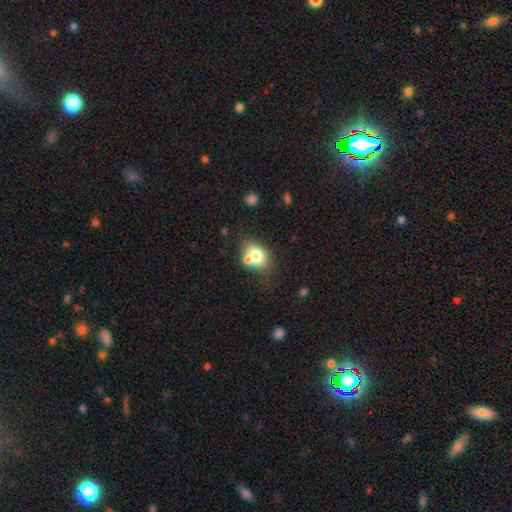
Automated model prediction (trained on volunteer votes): The model was most divided on "merging": none: 51%, merger: 27%, minor disturbance: 16%, major disturbance: 6%. More confident: smooth or featured — smooth (73%); how rounded — in between (62%).